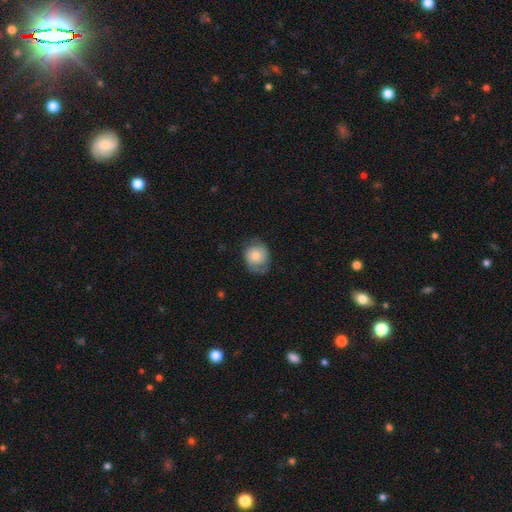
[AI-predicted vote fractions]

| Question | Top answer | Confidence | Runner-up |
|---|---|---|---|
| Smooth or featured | smooth | 57% | featured or disk (36%) |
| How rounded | round | 64% | in between (35%) |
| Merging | none | 62% | minor disturbance (26%) |